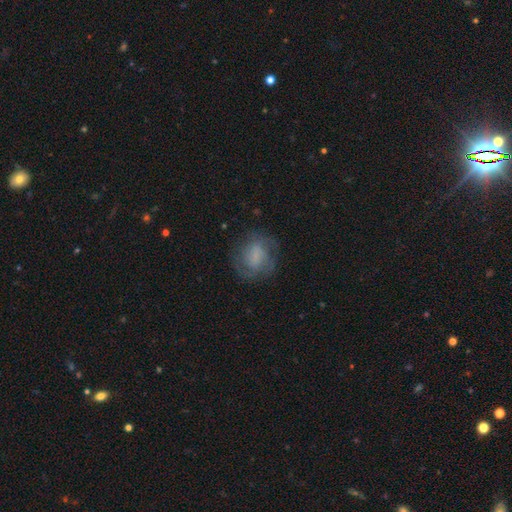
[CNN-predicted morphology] smooth-or-featured: smooth: 45% (tied) | featured or disk: 45% (tied) | star or artifact: 10%
  merging: none: 69% | minor disturbance: 18% | major disturbance: 12% | merger: 1%